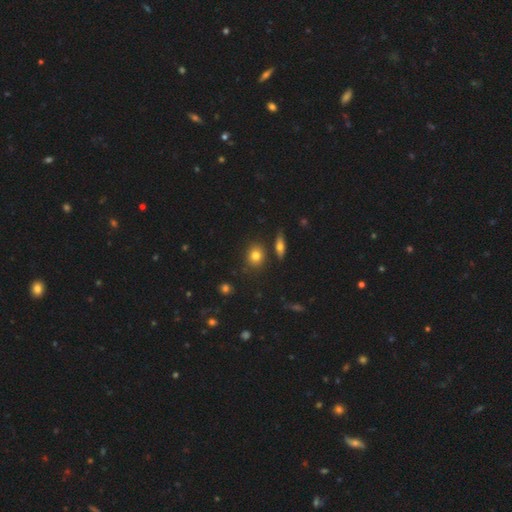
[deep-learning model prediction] A smooth galaxy with no disk features (79%) that is round (62%). Merging: none (80%).